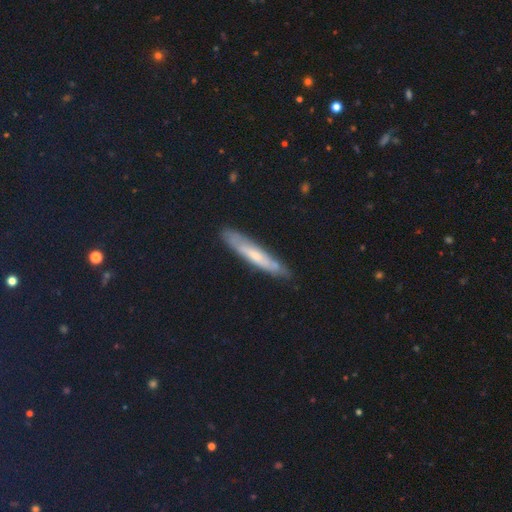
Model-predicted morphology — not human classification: type=featured or disk (56%); edge-on=yes (65%); merging=none (82%).